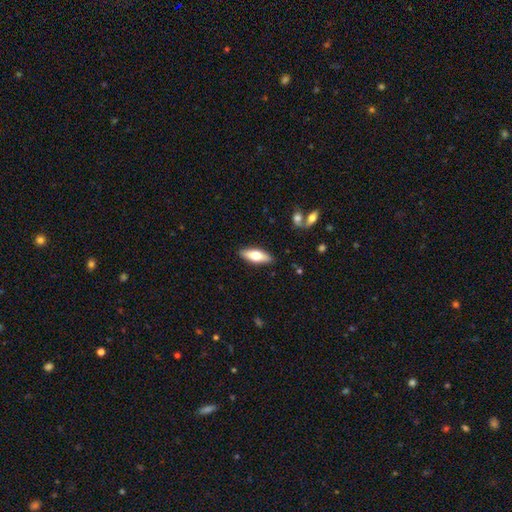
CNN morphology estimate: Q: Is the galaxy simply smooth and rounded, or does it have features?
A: smooth — 62%.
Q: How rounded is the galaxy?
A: in between — 61%.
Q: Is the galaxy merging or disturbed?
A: none — 88%.